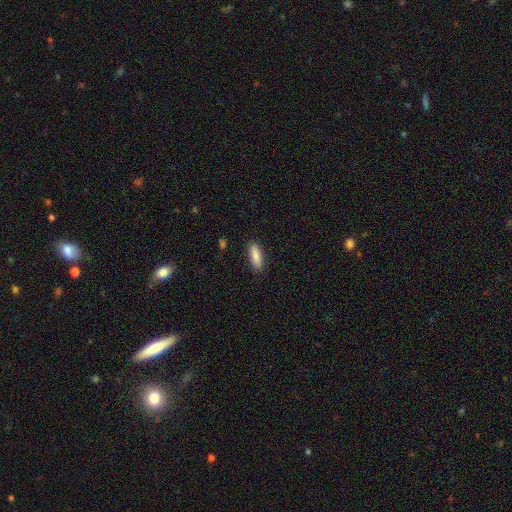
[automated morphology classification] type=smooth (87%); roundness=in between (56%); merging=none (88%).